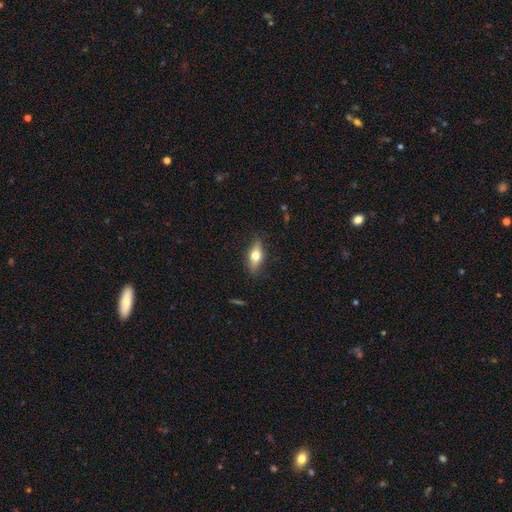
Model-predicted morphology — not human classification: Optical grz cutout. It shows a smooth galaxy with no disk features (60%) that is in between round and cigar-shaped (67%). Merging: none (84%).